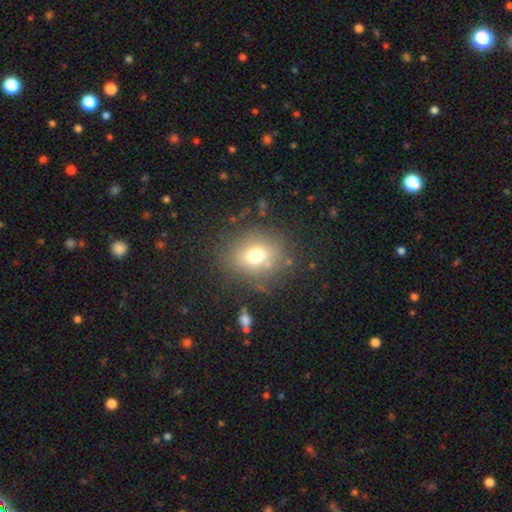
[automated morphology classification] Smooth or featured? smooth (70%)
How rounded? round (69%)
Merging? none (77%)